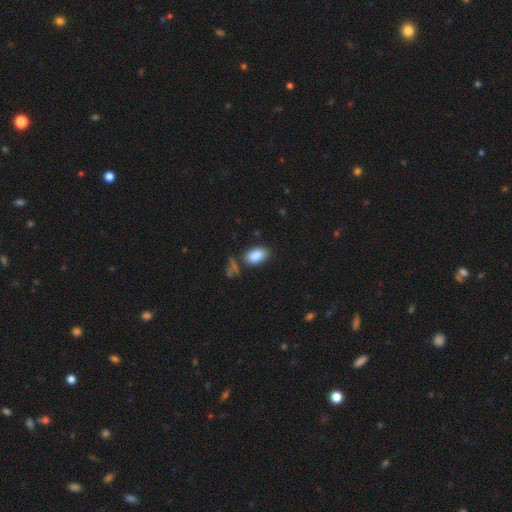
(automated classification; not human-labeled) Morphology: type=smooth (86%); roundness=in between (91%); merging=none (76%).